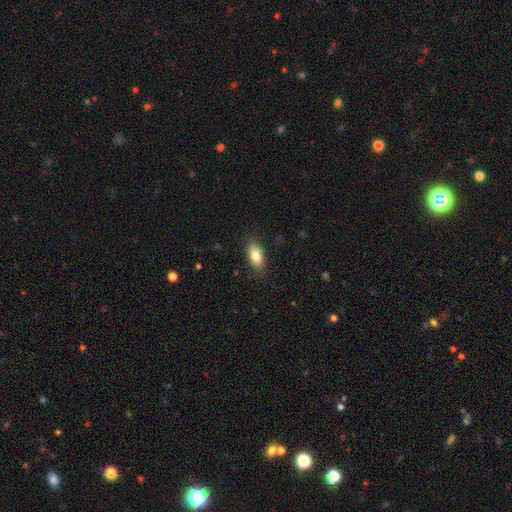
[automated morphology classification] smooth 83%, featured or disk 10%, star or artifact 7%. Down the decision tree: how rounded — in between (89%); merging — none (85%).